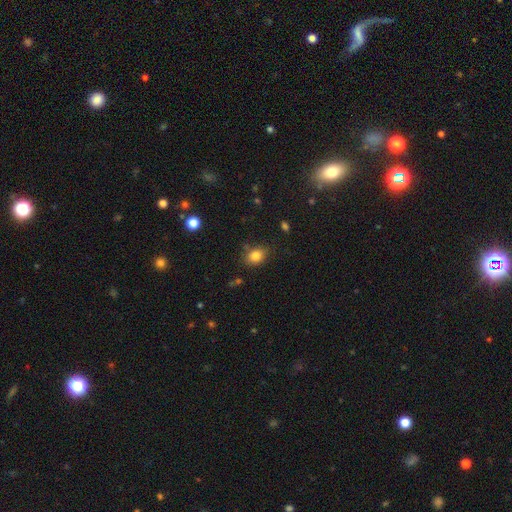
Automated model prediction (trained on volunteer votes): Overall: smooth (82%). How rounded: in between (54%; round 44%). Merging: none (77%).